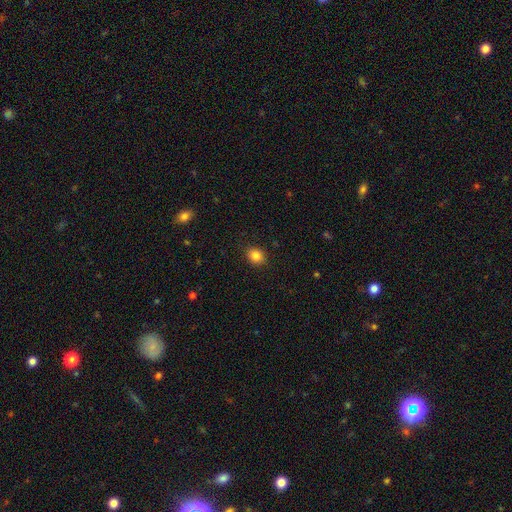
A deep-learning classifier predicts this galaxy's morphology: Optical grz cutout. It shows a smooth galaxy with no disk features (85%) that is round (62%). Merging: none (89%).